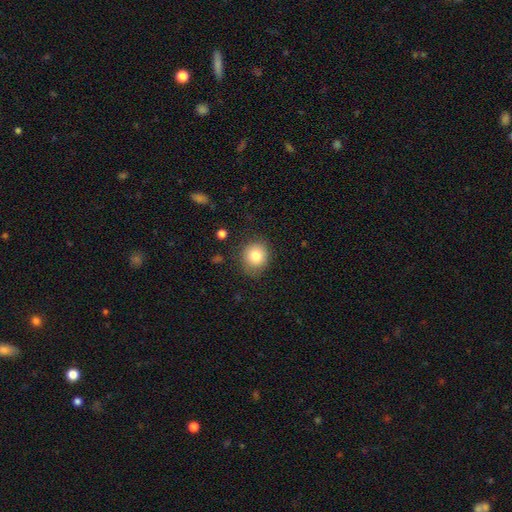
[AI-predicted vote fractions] Smooth or featured? Predicted: smooth (p=0.83). How rounded? Predicted: round (p=0.82). Merging? Predicted: none (p=0.80).